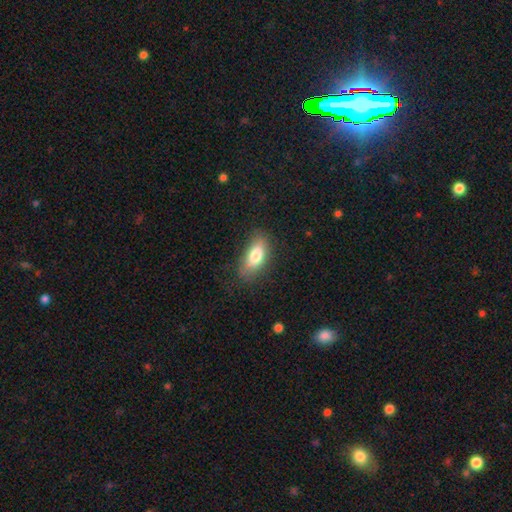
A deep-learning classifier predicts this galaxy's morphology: Overall: smooth (78%). How rounded: in between (83%). Merging: none (76%).